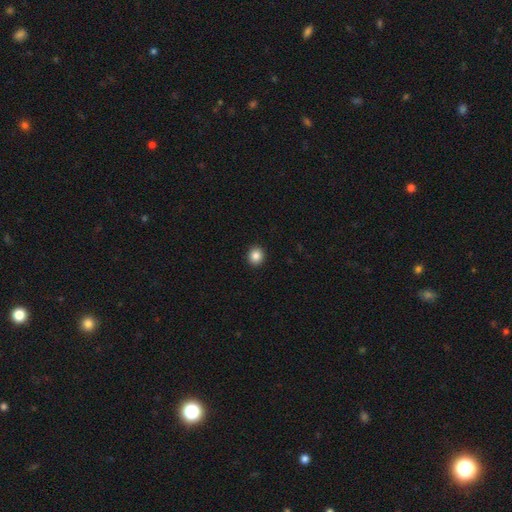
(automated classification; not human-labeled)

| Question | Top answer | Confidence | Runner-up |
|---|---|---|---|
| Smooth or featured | smooth | 86% | star or artifact (10%) |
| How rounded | round | 84% | in between (15%) |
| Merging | none | 93% | minor disturbance (5%) |